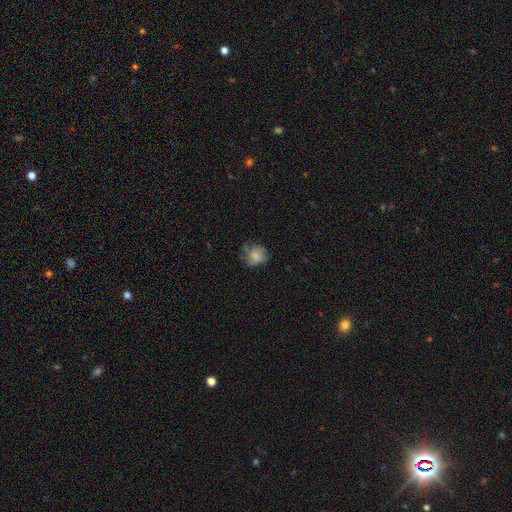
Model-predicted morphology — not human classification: Smooth or featured? smooth (67%)
How rounded? round (69%)
Merging? none (53%)